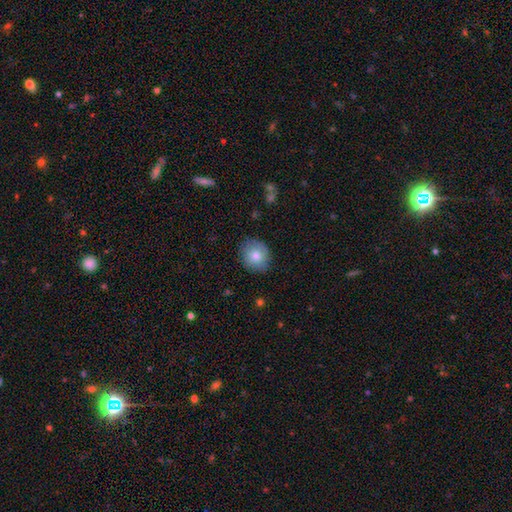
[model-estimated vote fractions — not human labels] Q: Smooth or featured?
A: smooth (78%); runner-up: featured or disk (14%)
Q: How rounded?
A: round (73%); runner-up: in between (26%)
Q: Merging?
A: none (84%); runner-up: minor disturbance (13%)